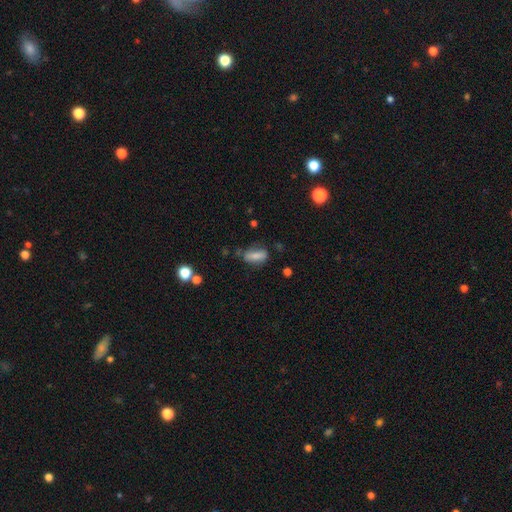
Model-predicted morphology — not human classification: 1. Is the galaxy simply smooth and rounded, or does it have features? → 79% smooth, 13% featured or disk, 9% star or artifact.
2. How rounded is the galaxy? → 76% in between, 20% cigar-shaped, 4% round.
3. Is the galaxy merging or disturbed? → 58% none, 28% minor disturbance, 10% major disturbance, 4% merger.